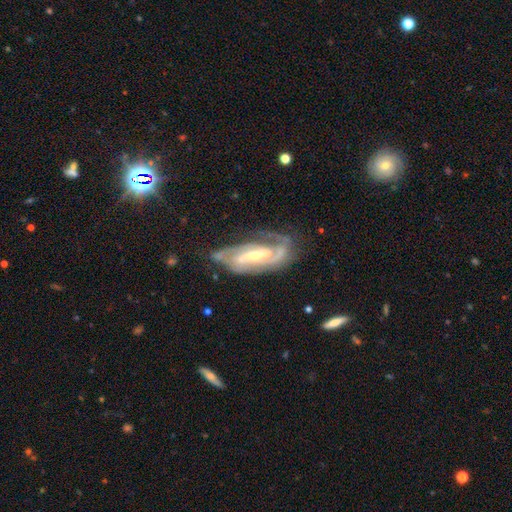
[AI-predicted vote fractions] Q: Smooth or featured?
A: featured or disk (88%); runner-up: smooth (7%)
Q: Edge-on disk?
A: no (93%); runner-up: yes (7%)
Q: Bar?
A: strong (48%); runner-up: weak (34%)
Q: Spiral arms?
A: yes (96%); runner-up: no (4%)
Q: Spiral winding?
A: tight (46%); runner-up: medium (43%)
Q: Spiral arm count?
A: 2 (67%); runner-up: can't tell (13%)
Q: Bulge size?
A: small (55%); runner-up: moderate (39%)
Q: Merging?
A: none (63%); runner-up: minor disturbance (22%)